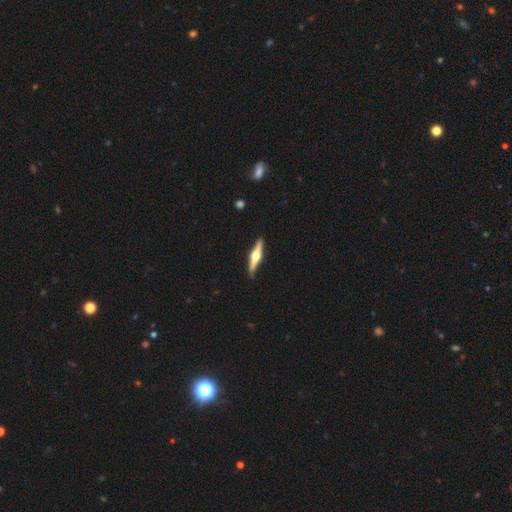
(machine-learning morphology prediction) Q: Smooth or featured?
A: featured or disk (71%); runner-up: smooth (24%)
Q: Edge-on disk?
A: yes (97%); runner-up: no (3%)
Q: Edge-on bulge?
A: rounded (95%); runner-up: boxy (4%)
Q: Merging?
A: none (89%); runner-up: minor disturbance (8%)